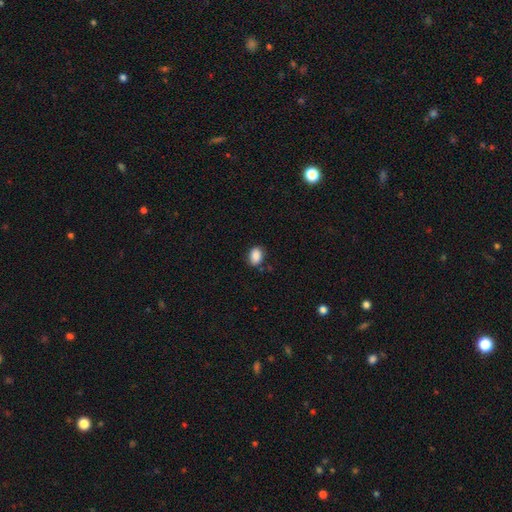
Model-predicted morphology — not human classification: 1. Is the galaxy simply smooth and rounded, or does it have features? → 88% smooth, 8% star or artifact, 4% featured or disk.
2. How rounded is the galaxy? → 72% in between, 27% round, 1% cigar-shaped.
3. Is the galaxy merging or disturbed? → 83% none, 12% minor disturbance, 3% major disturbance, 2% merger.